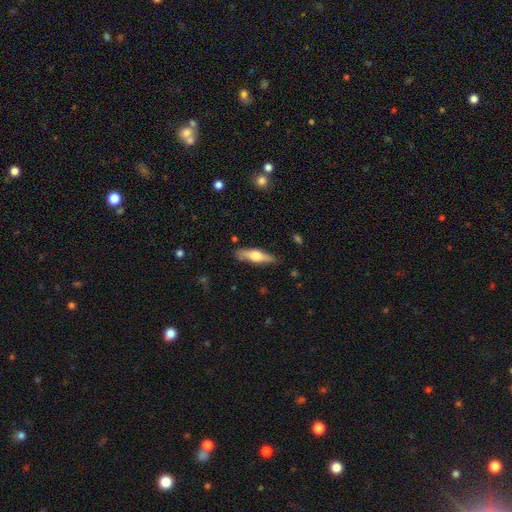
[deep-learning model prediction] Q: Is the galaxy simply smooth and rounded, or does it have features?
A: featured or disk — 55%.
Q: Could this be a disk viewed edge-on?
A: yes — 93%.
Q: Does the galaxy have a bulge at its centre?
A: rounded — 92%.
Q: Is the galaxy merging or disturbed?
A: none — 84%.